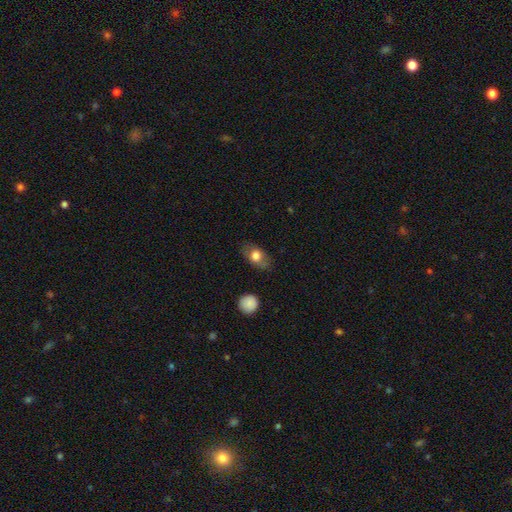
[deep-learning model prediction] smooth 73%, featured or disk 20%, star or artifact 7%. Down the decision tree: how rounded — in between (78%); merging — none (76%).